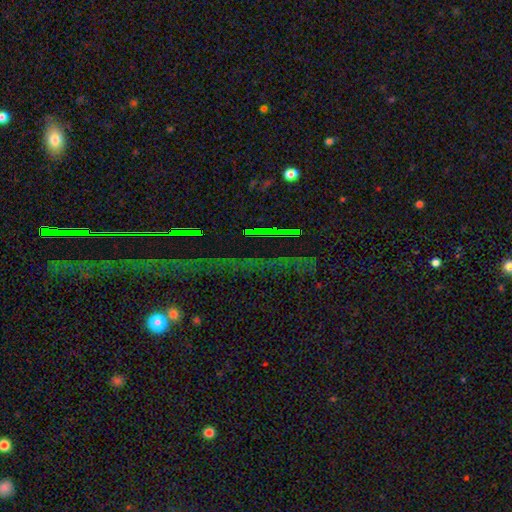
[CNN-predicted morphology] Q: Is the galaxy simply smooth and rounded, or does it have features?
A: star or artifact — 71%.